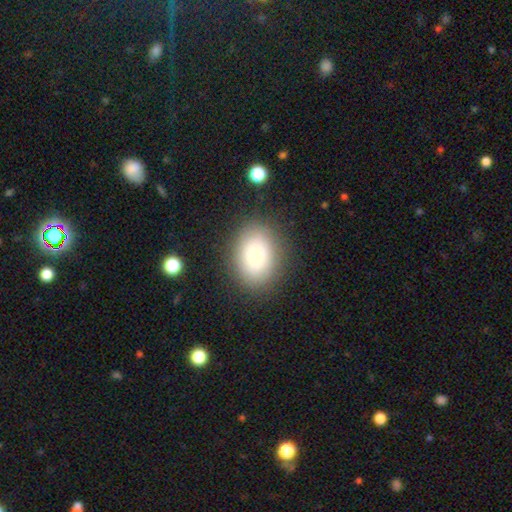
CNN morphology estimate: Smooth or featured?
  - smooth: 74% *
  - featured or disk: 16%
  - star or artifact: 10%
How rounded?
  - in between: 61% *
  - round: 38%
  - cigar-shaped: 1%
Merging?
  - none: 84% *
  - minor disturbance: 11%
  - major disturbance: 4%
  - merger: 2%